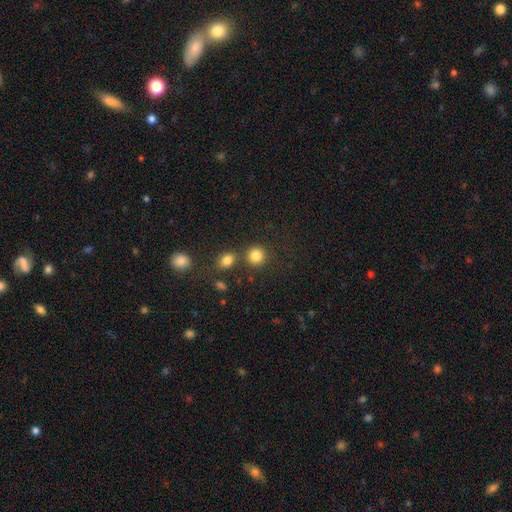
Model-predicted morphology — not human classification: This is clearly a smooth galaxy (83%). How rounded: clearly round (88%). Merging: likely none (74%).